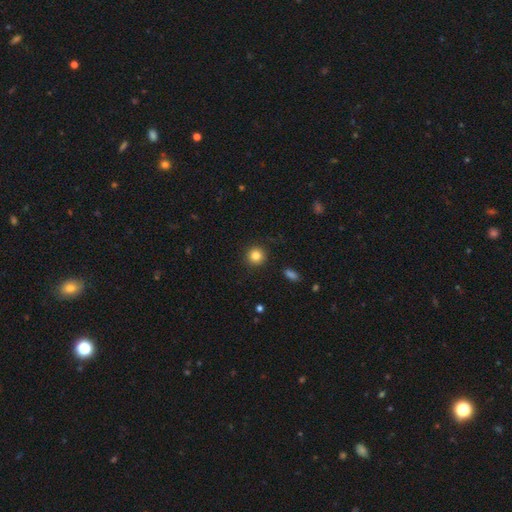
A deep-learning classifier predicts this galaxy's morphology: Smooth or featured: smooth — 84% (star or artifact — 11%)
How rounded: round — 94% (in between — 5%)
Merging: none — 91% (minor disturbance — 6%)